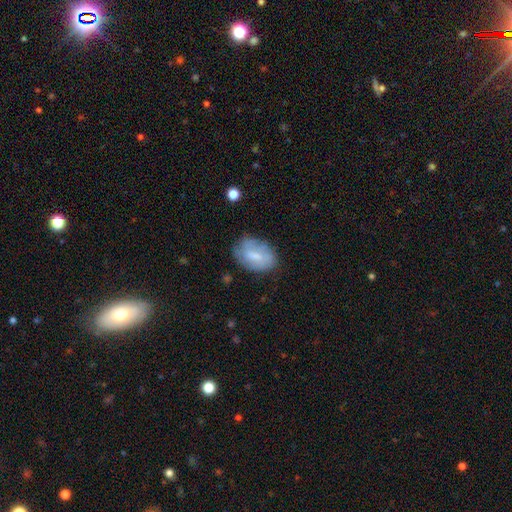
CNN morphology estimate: Smooth or featured?
  - smooth: 55% *
  - featured or disk: 37%
  - star or artifact: 8%
How rounded?
  - in between: 86% *
  - round: 13%
  - cigar-shaped: 2%
Merging?
  - none: 64% *
  - minor disturbance: 25%
  - major disturbance: 8%
  - merger: 2%